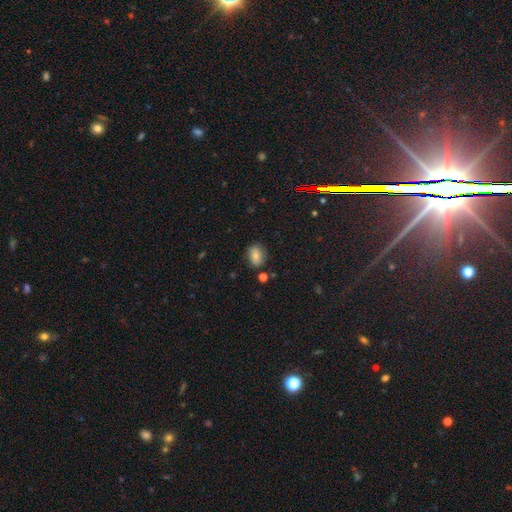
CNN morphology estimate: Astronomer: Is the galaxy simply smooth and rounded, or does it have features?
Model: smooth — 76%.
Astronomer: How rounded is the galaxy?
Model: in between — 65%.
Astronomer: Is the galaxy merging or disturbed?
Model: none — 80%.